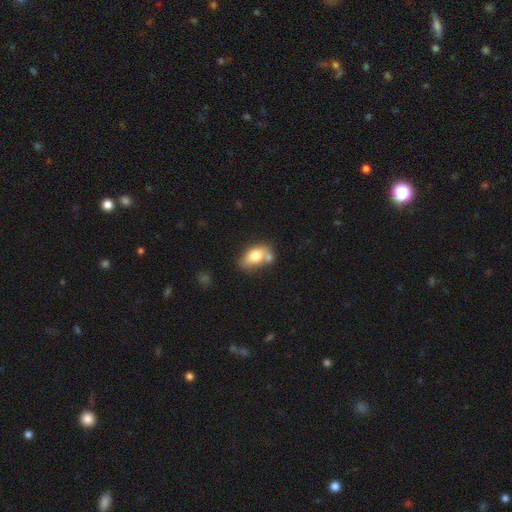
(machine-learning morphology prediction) smooth-or-featured: smooth: 75% | featured or disk: 17% | star or artifact: 8%
  how-rounded: in between: 85% | round: 12% | cigar-shaped: 3%
  merging: none: 41% | merger: 34% | minor disturbance: 18% | major disturbance: 7%